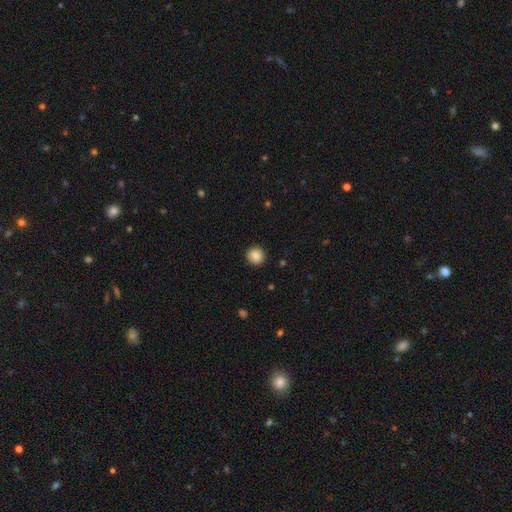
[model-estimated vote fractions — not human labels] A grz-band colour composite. It shows a smooth galaxy with no disk features (87%) that is round (92%). Merging: none (91%).